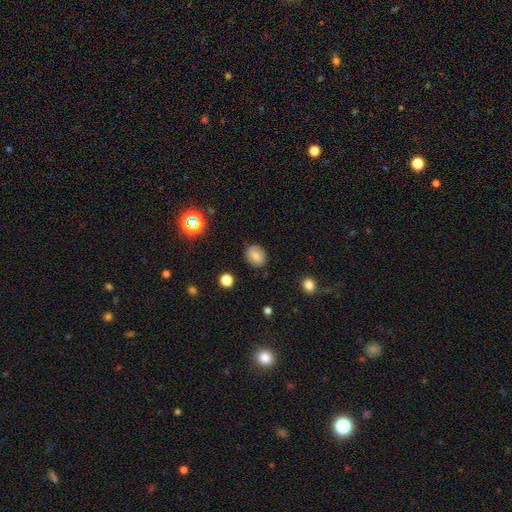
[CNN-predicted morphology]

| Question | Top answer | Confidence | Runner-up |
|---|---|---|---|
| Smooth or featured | smooth | 82% | star or artifact (10%) |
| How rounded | round | 53% | in between (46%) |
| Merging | none | 86% | minor disturbance (10%) |